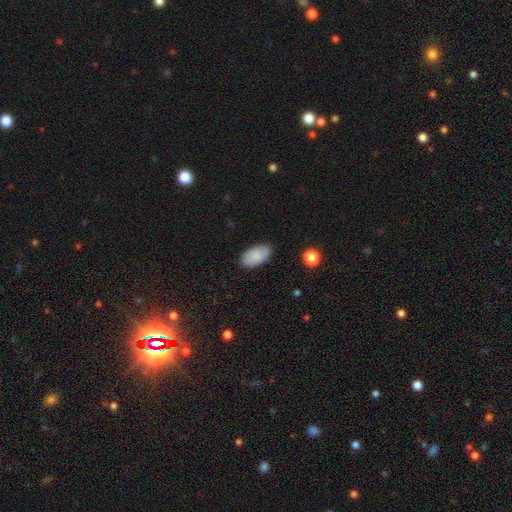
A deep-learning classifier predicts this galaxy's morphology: Smooth or featured?
  - smooth: 87% *
  - featured or disk: 7%
  - star or artifact: 7%
How rounded?
  - in between: 95% *
  - round: 3%
  - cigar-shaped: 2%
Merging?
  - none: 86% *
  - minor disturbance: 11%
  - major disturbance: 2%
  - merger: 1%